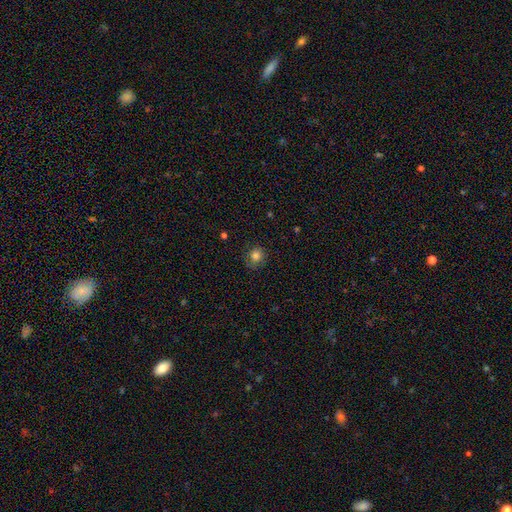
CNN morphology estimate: Smooth or featured? Predicted: smooth (p=0.82). How rounded? Predicted: round (p=0.80). Merging? Predicted: none (p=0.79).